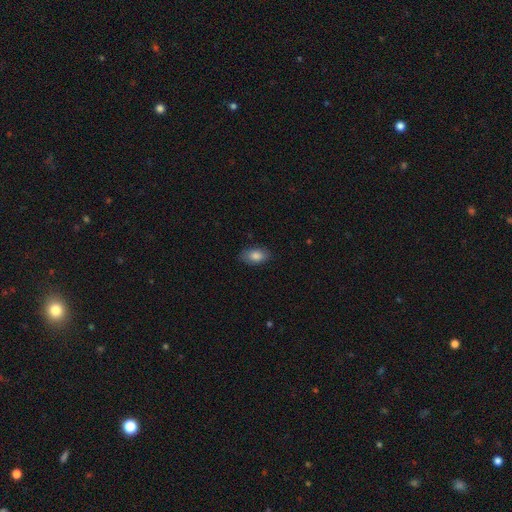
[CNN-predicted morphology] Smooth or featured: smooth — 85% (featured or disk — 8%)
How rounded: in between — 91% (round — 6%)
Merging: none — 84% (minor disturbance — 12%)